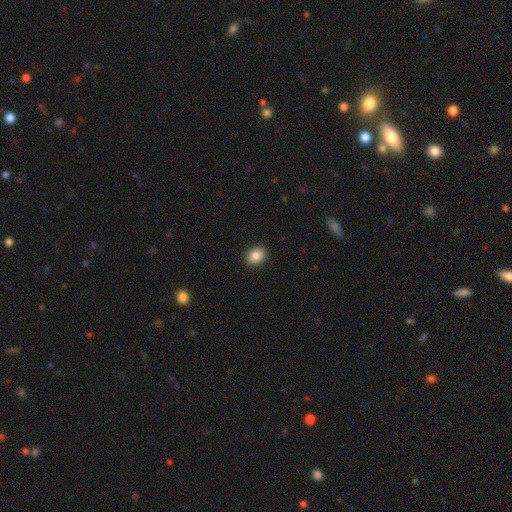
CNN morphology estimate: A smooth galaxy with no disk features (86%) that is in between round and cigar-shaped (57%). Merging: none (90%).